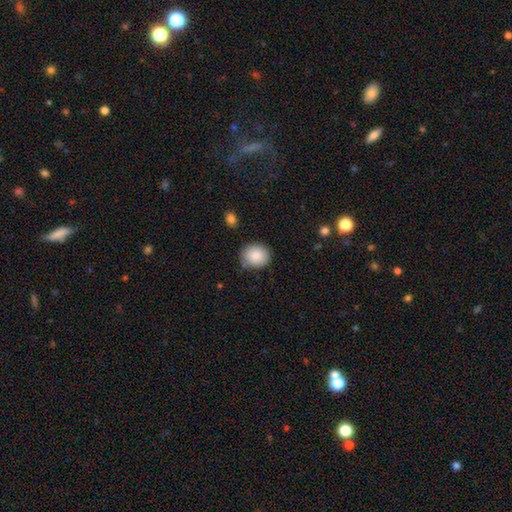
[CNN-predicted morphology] Overall: smooth (88%). How rounded: round (66%; in between 33%). Merging: none (81%).